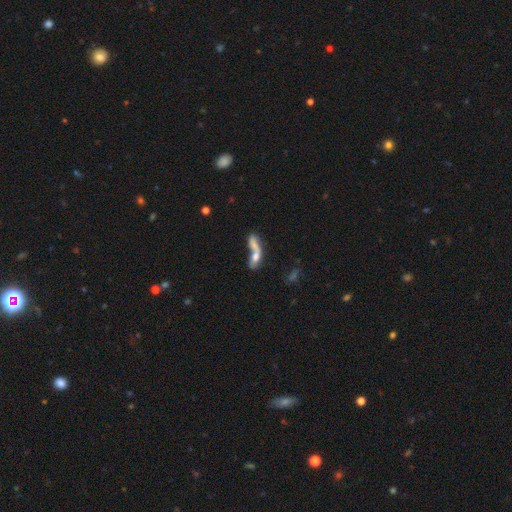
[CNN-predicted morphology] Overall: smooth (56%; featured or disk 34%). How rounded: in between (54%; cigar-shaped 37%). Merging: merger (65%).